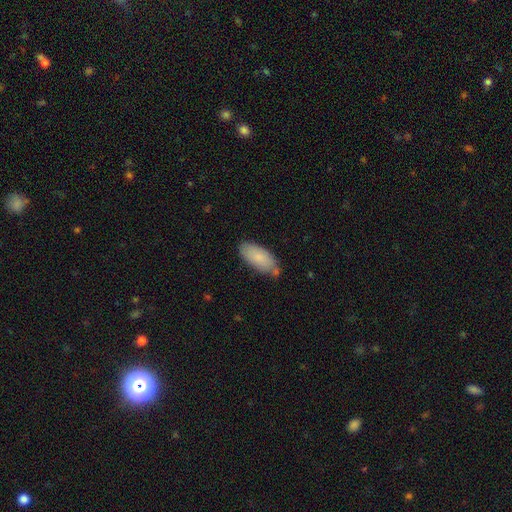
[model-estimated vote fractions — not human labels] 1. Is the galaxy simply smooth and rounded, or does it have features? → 83% smooth, 10% featured or disk, 6% star or artifact.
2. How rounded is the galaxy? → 89% in between, 10% cigar-shaped, 2% round.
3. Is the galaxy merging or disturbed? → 71% none, 20% minor disturbance, 6% merger, 3% major disturbance.